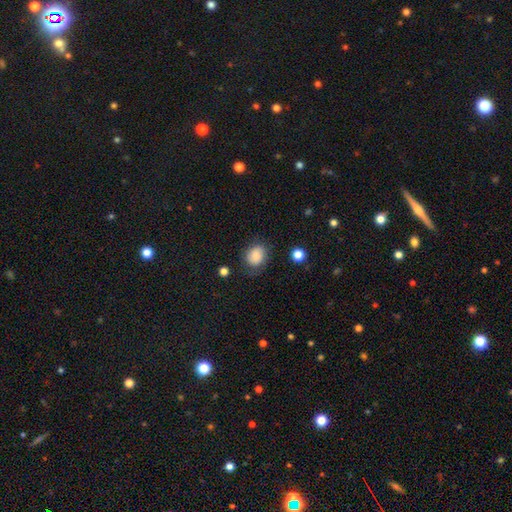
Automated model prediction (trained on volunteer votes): This appears to be a smooth galaxy with no disk features (80%) that is round (57%). Merging: none (67%).